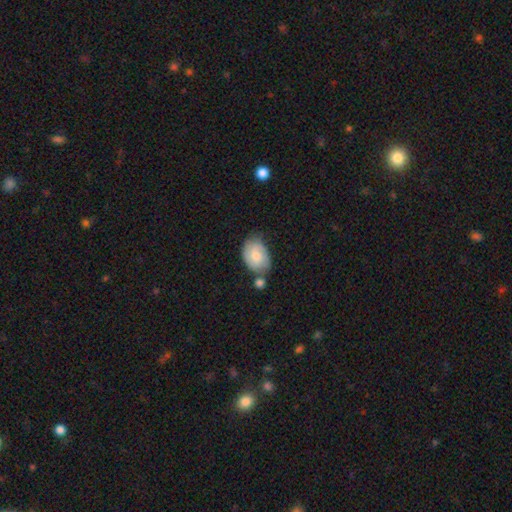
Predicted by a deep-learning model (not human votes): The model was most divided on "merging": none: 49%, merger: 22%, minor disturbance: 22%, major disturbance: 6%. More confident: how rounded — in between (82%); smooth or featured — smooth (61%).